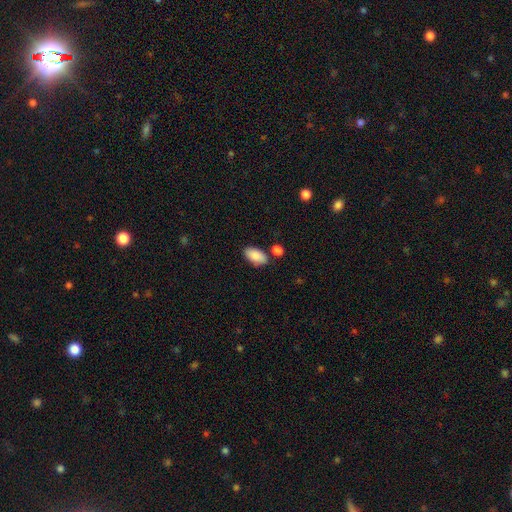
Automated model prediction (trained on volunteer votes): Smooth or featured?
  - smooth: 88% *
  - star or artifact: 6%
  - featured or disk: 6%
How rounded?
  - in between: 94% *
  - round: 3%
  - cigar-shaped: 2%
Merging?
  - none: 73% *
  - minor disturbance: 13%
  - merger: 10%
  - major disturbance: 3%